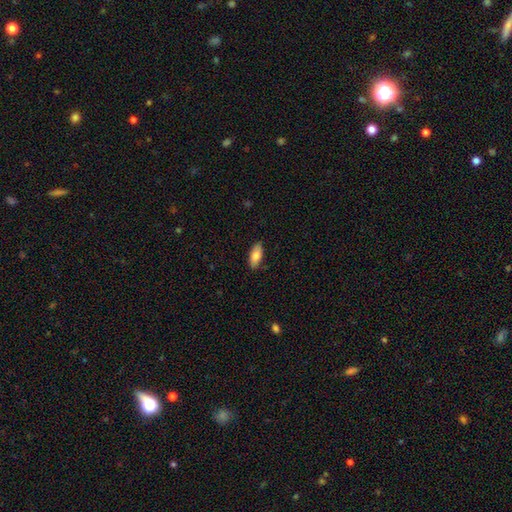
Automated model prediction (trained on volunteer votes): This appears to be a smooth galaxy with no disk features (80%) that is in between round and cigar-shaped (83%). Merging: none (85%).